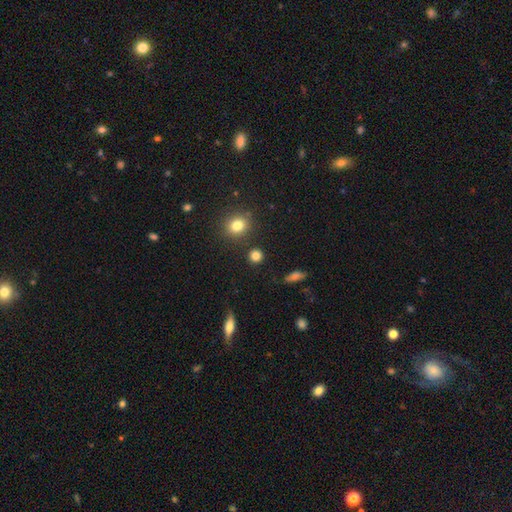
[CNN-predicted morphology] smooth_or_featured: smooth (p=0.82) [alt: star or artifact p=0.13]
how_rounded: round (p=0.89) [alt: in between p=0.10]
merging: none (p=0.88) [alt: minor disturbance p=0.06]